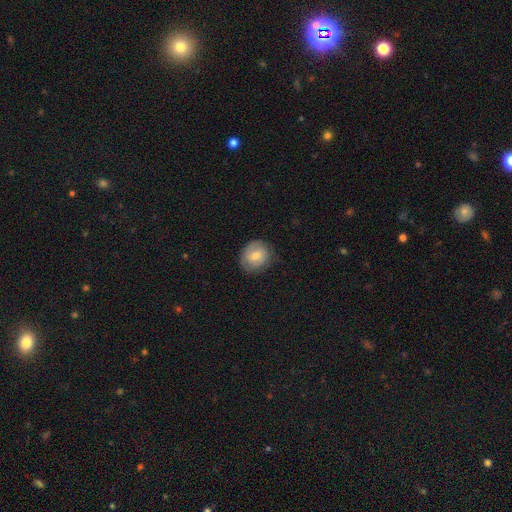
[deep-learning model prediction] smooth_or_featured: smooth (p=0.68) [alt: featured or disk p=0.25]
how_rounded: round (p=0.75) [alt: in between p=0.24]
merging: none (p=0.81) [alt: minor disturbance p=0.15]